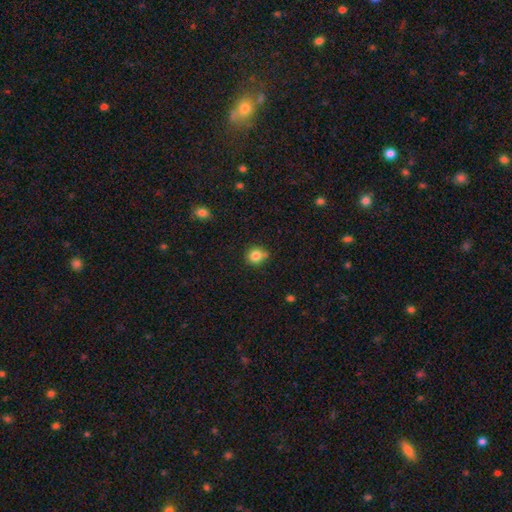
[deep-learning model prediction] Smooth or featured? smooth (82%)
How rounded? round (85%)
Merging? none (69%)